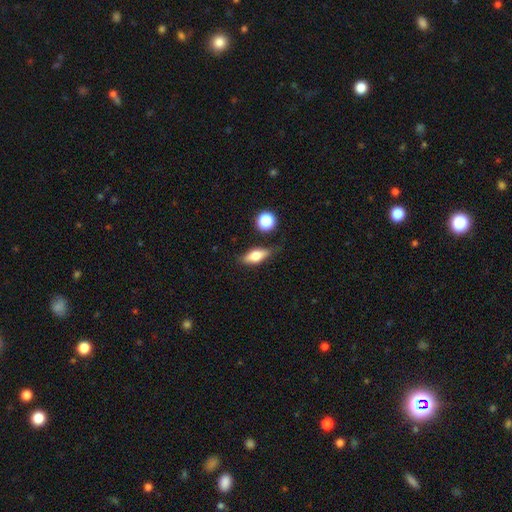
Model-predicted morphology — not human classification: Smooth or featured? Predicted: smooth (p=0.66). How rounded? Predicted: in between (p=0.72). Merging? Predicted: none (p=0.71).